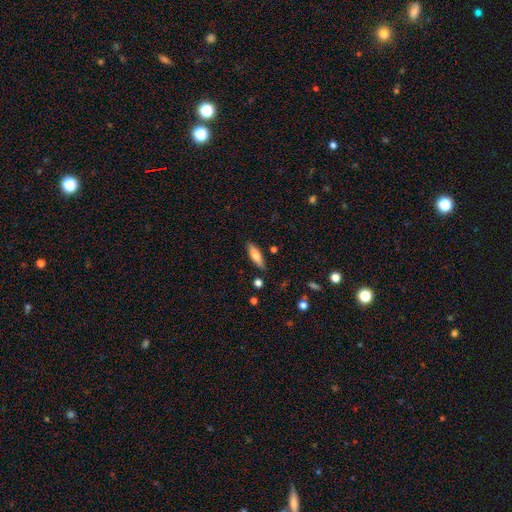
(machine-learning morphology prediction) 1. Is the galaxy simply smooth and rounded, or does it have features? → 69% smooth, 25% featured or disk, 7% star or artifact.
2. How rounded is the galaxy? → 54% cigar-shaped, 44% in between, 2% round.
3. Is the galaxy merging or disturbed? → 84% none, 11% minor disturbance, 3% merger, 2% major disturbance.